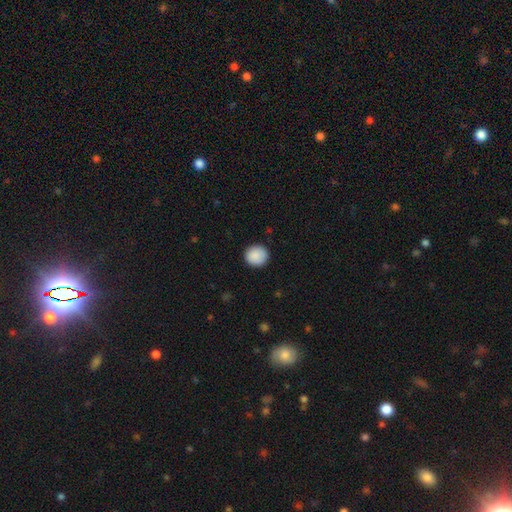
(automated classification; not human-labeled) smooth 89%, star or artifact 7%, featured or disk 3%. Down the decision tree: how rounded — round (91%); merging — none (90%).